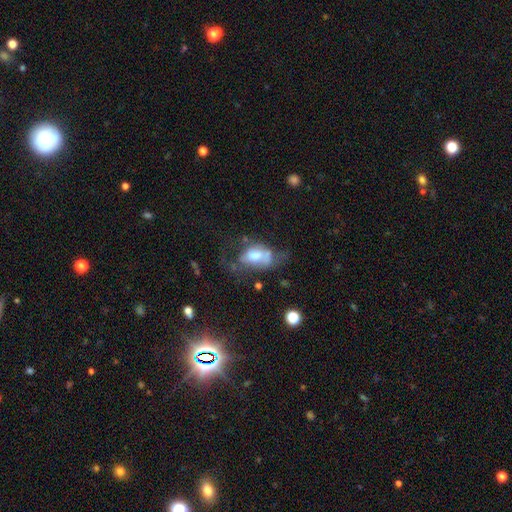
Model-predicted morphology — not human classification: Smooth or featured? smooth (50%)
How rounded? in between (85%)
Merging? major disturbance (38%)